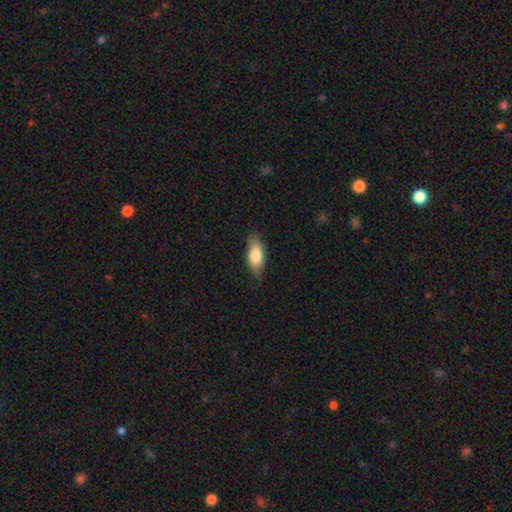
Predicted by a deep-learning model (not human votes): Overall: smooth (78%). How rounded: in between (84%). Merging: none (81%).